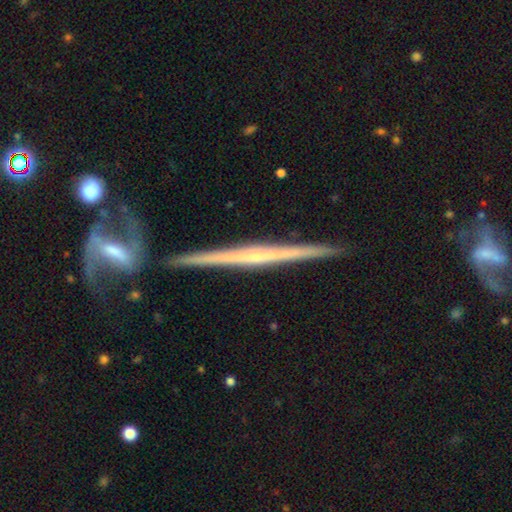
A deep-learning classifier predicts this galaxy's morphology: Smooth or featured? featured or disk (80%)
Edge-on disk? yes (97%)
Edge-on bulge? none (64%)
Merging? none (84%)